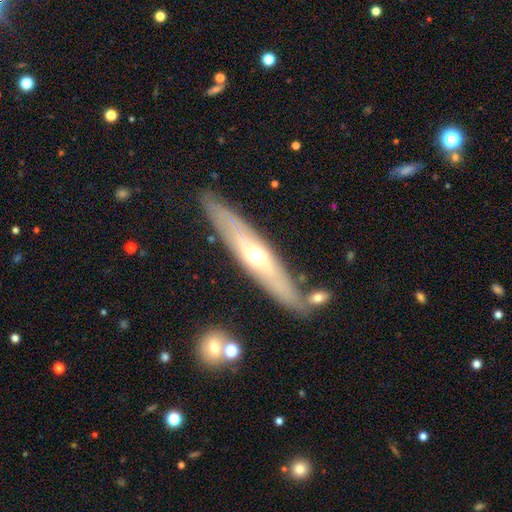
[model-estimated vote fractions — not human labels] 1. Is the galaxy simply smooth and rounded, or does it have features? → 61% featured or disk, 33% smooth, 6% star or artifact.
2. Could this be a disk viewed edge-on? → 70% yes, 30% no.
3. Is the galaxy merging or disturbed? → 80% none, 12% minor disturbance, 5% merger, 3% major disturbance.